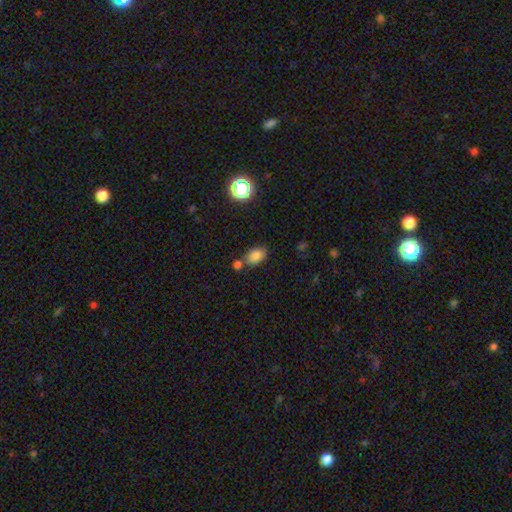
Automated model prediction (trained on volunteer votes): Smooth or featured?
  - smooth: 81% *
  - star or artifact: 12%
  - featured or disk: 7%
How rounded?
  - in between: 81% *
  - round: 17%
  - cigar-shaped: 2%
Merging?
  - none: 63% *
  - merger: 18%
  - minor disturbance: 15%
  - major disturbance: 4%